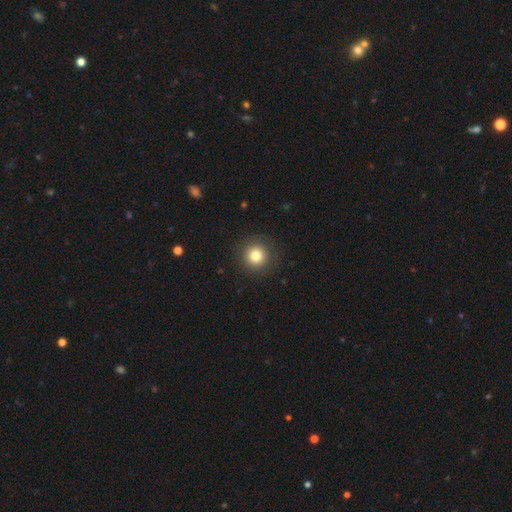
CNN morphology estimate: The model was most divided on "smooth or featured": smooth: 81%, star or artifact: 11%, featured or disk: 8%. More confident: how rounded — round (95%); merging — none (90%).